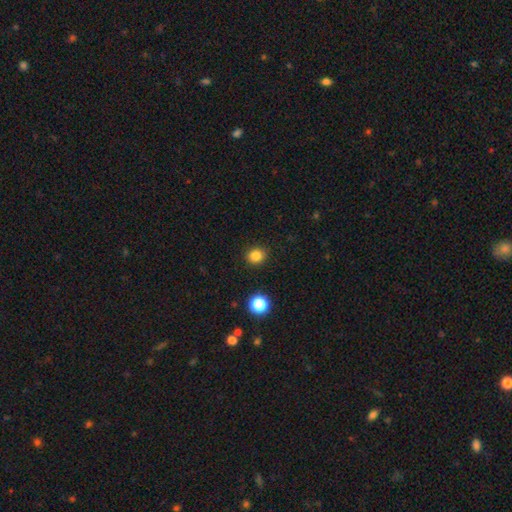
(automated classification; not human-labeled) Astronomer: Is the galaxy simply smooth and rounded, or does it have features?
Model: smooth — 83%.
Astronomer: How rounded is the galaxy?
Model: round — 80%.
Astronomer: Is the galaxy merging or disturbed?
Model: none — 89%.